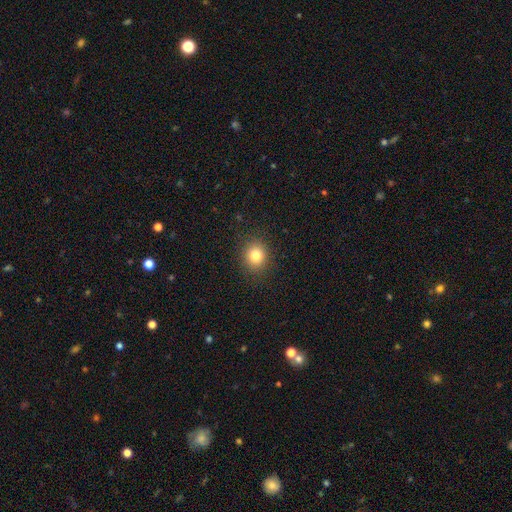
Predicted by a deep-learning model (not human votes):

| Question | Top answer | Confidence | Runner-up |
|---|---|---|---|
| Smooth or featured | smooth | 81% | star or artifact (12%) |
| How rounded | round | 79% | in between (20%) |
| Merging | none | 90% | minor disturbance (7%) |